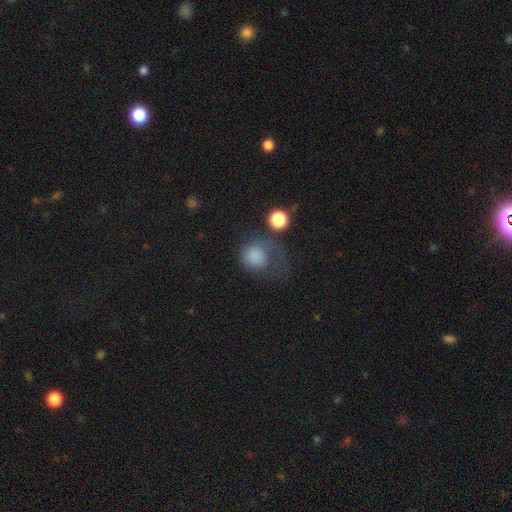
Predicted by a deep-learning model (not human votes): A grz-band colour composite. It shows a smooth galaxy with no disk features (79%) that is round (79%). Merging: major disturbance (36%, tied with none).